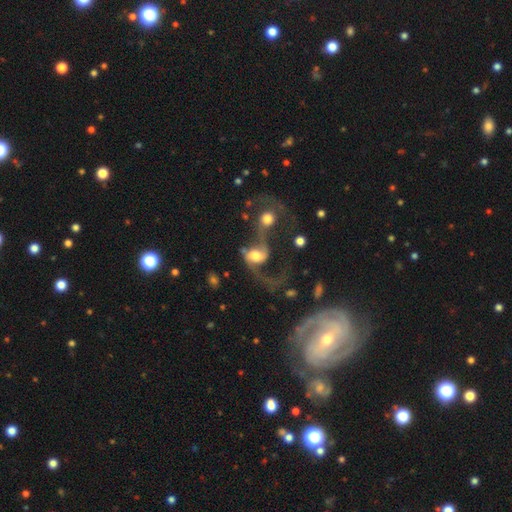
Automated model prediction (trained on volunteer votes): Smooth or featured? Predicted: featured or disk (p=0.61). Edge-on disk? Predicted: no (p=0.96). Bar? Predicted: no (p=0.61). Spiral arms? Predicted: yes (p=0.81). Bulge size? Predicted: moderate (p=0.46). Merging? Predicted: merger (p=0.49).